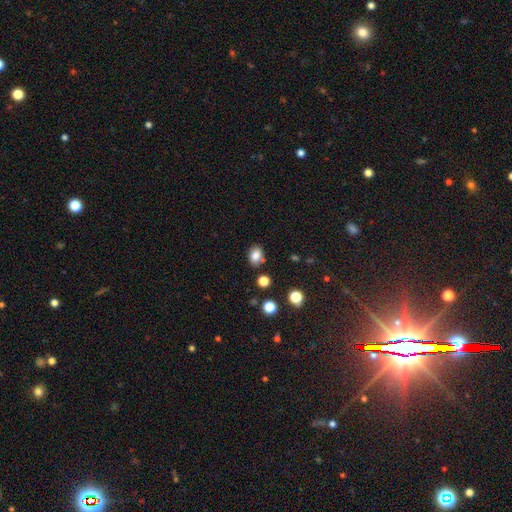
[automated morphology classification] A smooth galaxy with no disk features (83%) that is in between round and cigar-shaped (65%).

Vote fractions:
- Smooth or featured? smooth: 83% / star or artifact: 11% / featured or disk: 6%
- How rounded? in between: 65% / round: 34% / cigar-shaped: 1%
- Merging? none: 75% / minor disturbance: 14% / merger: 8% / major disturbance: 4%